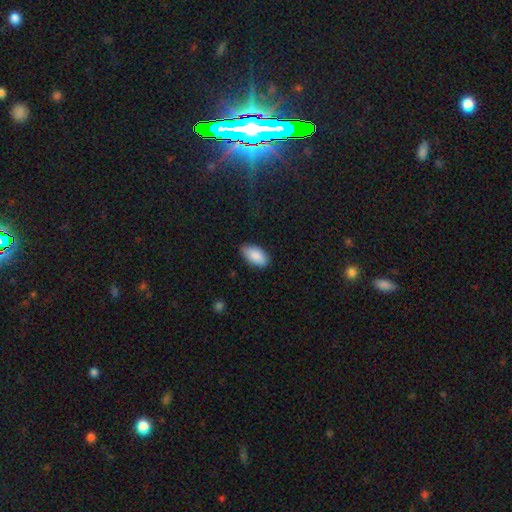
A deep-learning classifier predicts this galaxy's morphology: Q: Smooth or featured?
A: smooth (88%); runner-up: star or artifact (6%)
Q: How rounded?
A: in between (95%); runner-up: round (3%)
Q: Merging?
A: none (81%); runner-up: minor disturbance (16%)